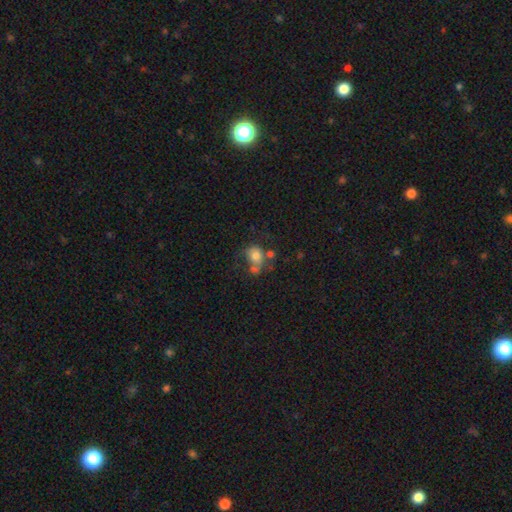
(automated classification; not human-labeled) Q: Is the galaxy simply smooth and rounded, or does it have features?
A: smooth — 69%.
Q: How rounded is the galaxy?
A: round — 54%.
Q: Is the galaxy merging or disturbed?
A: none — 31%, tied with merger.